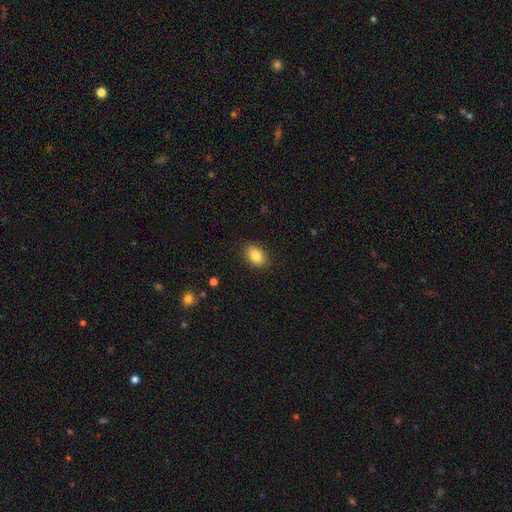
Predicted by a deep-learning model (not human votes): smooth_or_featured: smooth (p=0.85) [alt: star or artifact p=0.08]
how_rounded: in between (p=0.83) [alt: round p=0.15]
merging: none (p=0.87) [alt: minor disturbance p=0.09]